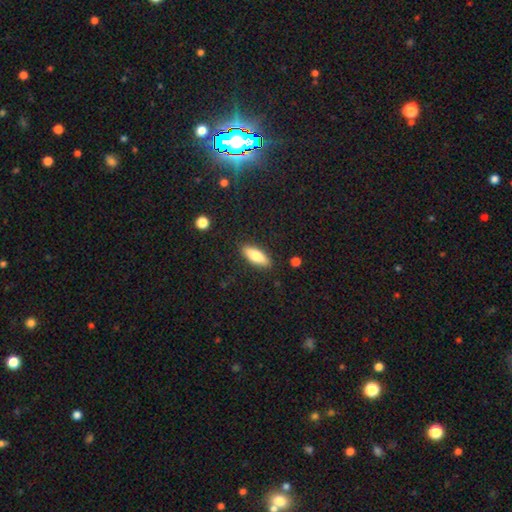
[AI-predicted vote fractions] smooth 78%, featured or disk 16%, star or artifact 6%. Down the decision tree: how rounded — in between (63%); merging — none (87%).